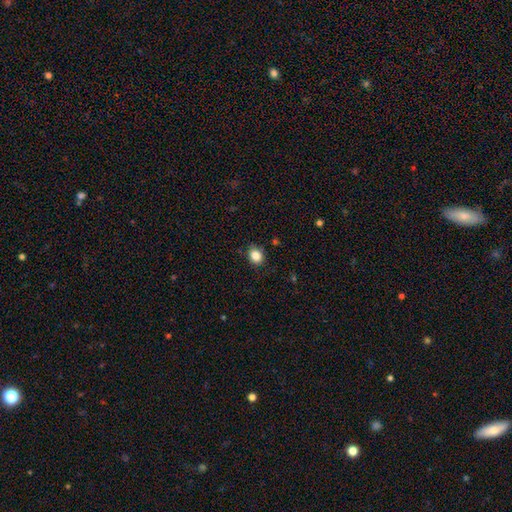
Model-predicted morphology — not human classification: Overall: smooth (85%). How rounded: round (55%; in between 44%). Merging: none (83%).